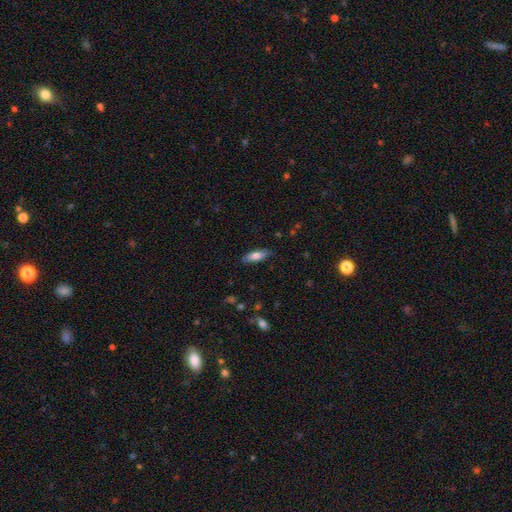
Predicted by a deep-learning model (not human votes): Morphology: type=smooth (78%); roundness=in between (59%); merging=none (82%).